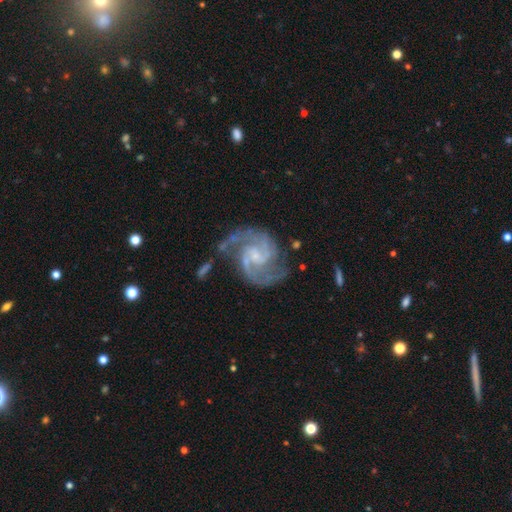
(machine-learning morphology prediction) Smooth or featured: featured or disk — 92% (star or artifact — 5%)
Edge-on disk: no — 98% (yes — 2%)
Bar: weak — 51% (no — 34%)
Spiral arms: yes — 98% (no — 2%)
Spiral winding: medium — 59% (tight — 28%)
Spiral arm count: 2 — 86% (3 — 5%)
Bulge size: small — 59% (moderate — 24%)
Merging: none — 70% (minor disturbance — 17%)